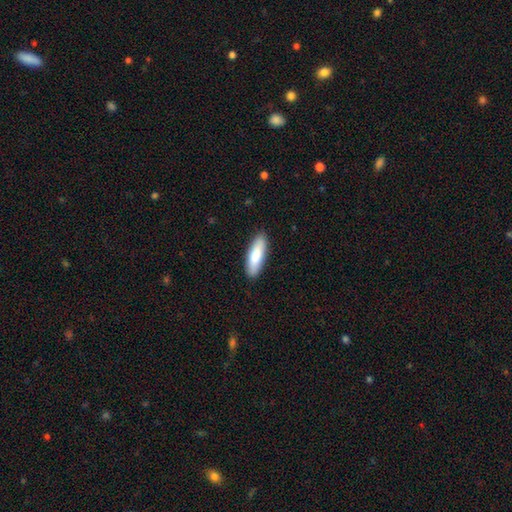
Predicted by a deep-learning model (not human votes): Smooth or featured? Predicted: smooth (p=0.82). How rounded? Predicted: cigar-shaped (p=0.55). Merging? Predicted: none (p=0.89).